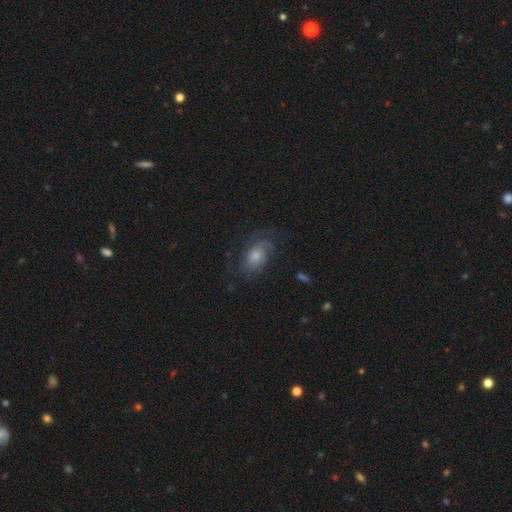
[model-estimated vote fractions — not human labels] Q: Smooth or featured?
A: featured or disk (55%); runner-up: smooth (33%)
Q: Edge-on disk?
A: no (95%); runner-up: yes (5%)
Q: Bar?
A: no (75%); runner-up: weak (21%)
Q: Spiral arms?
A: yes (84%); runner-up: no (16%)
Q: Bulge size?
A: moderate (46%); runner-up: small (33%)
Q: Merging?
A: none (66%); runner-up: minor disturbance (19%)